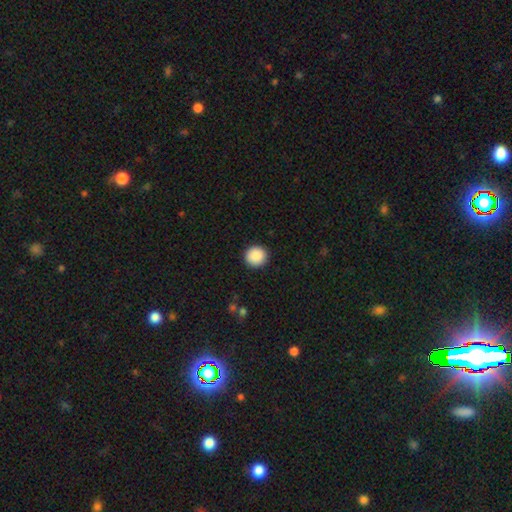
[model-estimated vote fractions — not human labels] This appears to be a smooth galaxy with no disk features (89%) that is round (94%). Merging: none (92%).